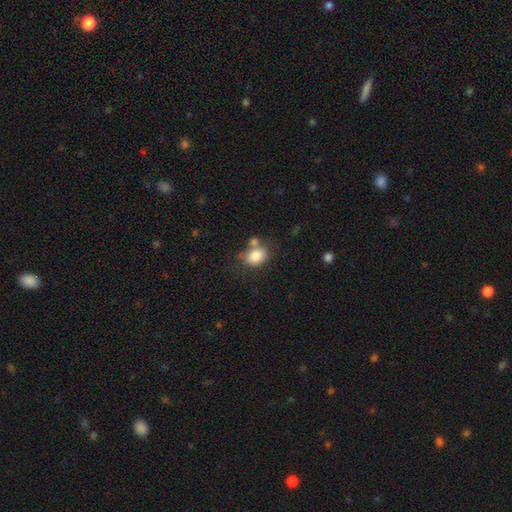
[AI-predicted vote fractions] Smooth or featured: smooth — 83% (star or artifact — 9%)
How rounded: in between — 61% (round — 38%)
Merging: none — 56% (merger — 22%)